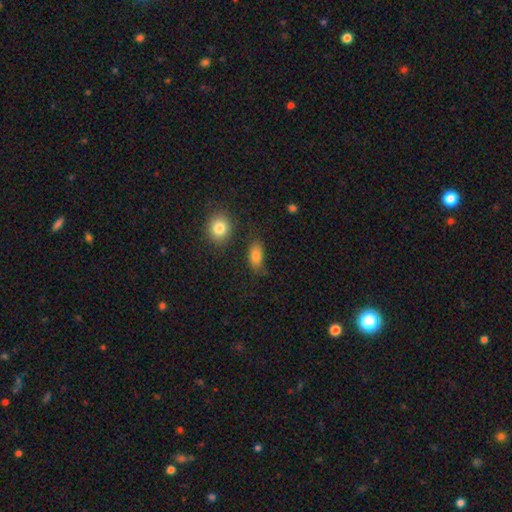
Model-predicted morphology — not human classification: smooth_or_featured: smooth (p=0.83) [alt: star or artifact p=0.10]
how_rounded: in between (p=0.84) [alt: round p=0.08]
merging: none (p=0.71) [alt: minor disturbance p=0.18]